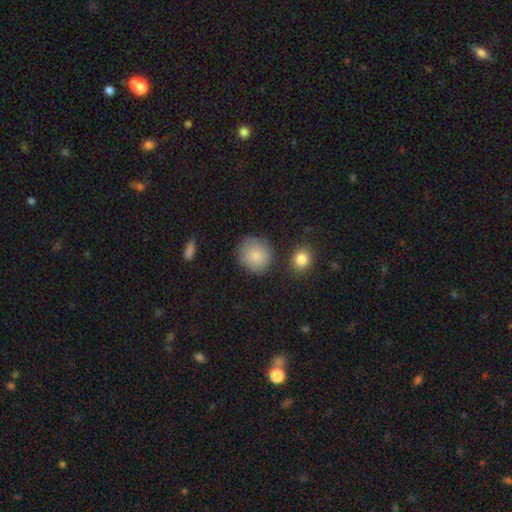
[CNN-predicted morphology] Overall: smooth (86%). How rounded: round (87%). Merging: none (78%).